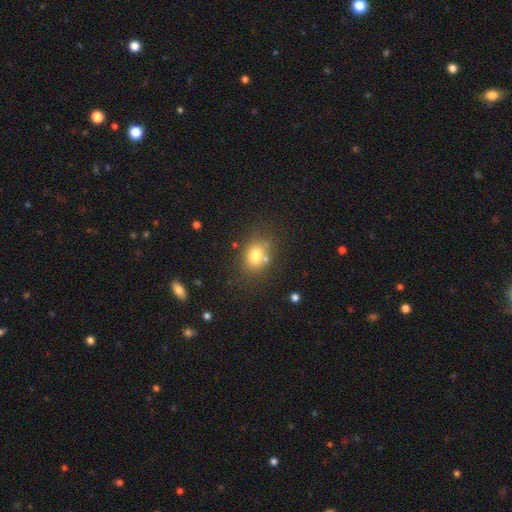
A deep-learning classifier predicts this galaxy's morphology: smooth-or-featured: smooth: 75% | star or artifact: 13% | featured or disk: 12%
  how-rounded: in between: 50% | round: 48% | cigar-shaped: 1%
  merging: none: 69% | minor disturbance: 15% | merger: 11% | major disturbance: 5%